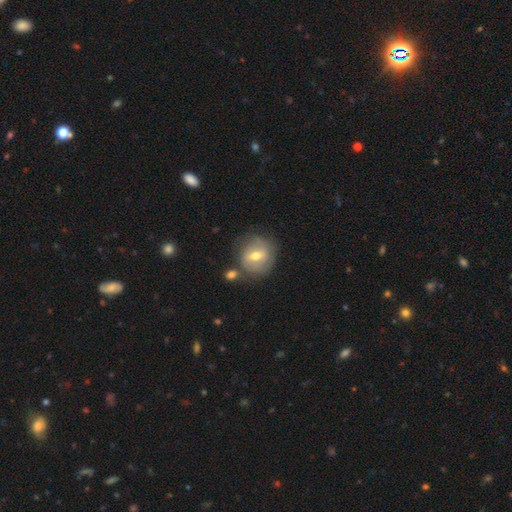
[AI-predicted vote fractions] A smooth galaxy with no disk features (47%). Merging: none (69%).